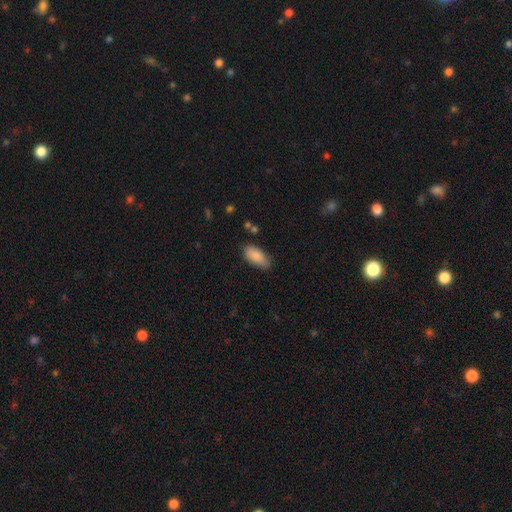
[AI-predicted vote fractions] smooth-or-featured: smooth: 86% | featured or disk: 7% | star or artifact: 7%
  how-rounded: in between: 90% | cigar-shaped: 7% | round: 2%
  merging: none: 75% | minor disturbance: 20% | major disturbance: 3% | merger: 2%